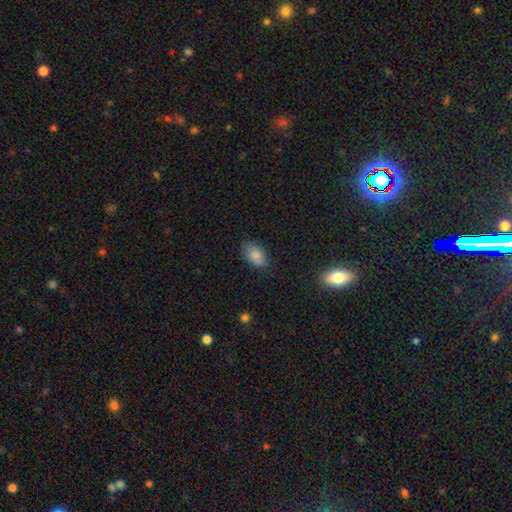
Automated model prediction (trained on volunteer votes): This appears to be a smooth galaxy with no disk features (85%) that is in between round and cigar-shaped (91%). Merging: none (78%).